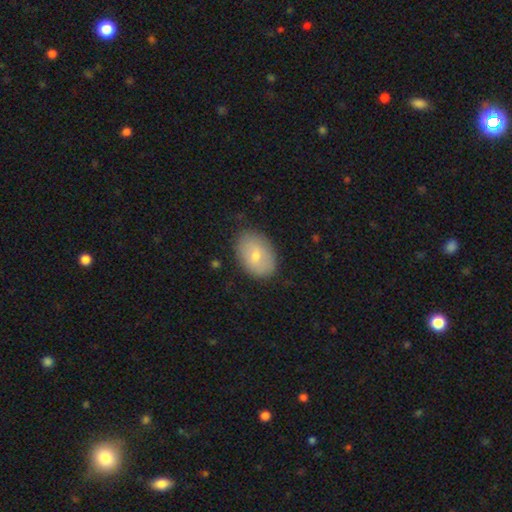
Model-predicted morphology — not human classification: The model was most divided on "smooth or featured": smooth: 67%, featured or disk: 26%, star or artifact: 7%. More confident: how rounded — in between (85%); merging — none (81%).